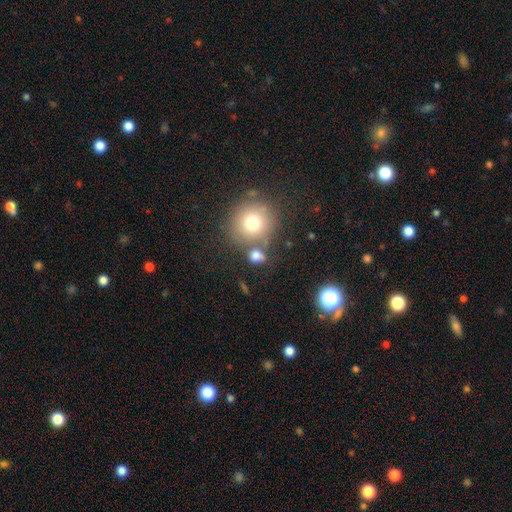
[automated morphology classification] A smooth galaxy with no disk features (74%) that is round (69%). Merging: none (60%).